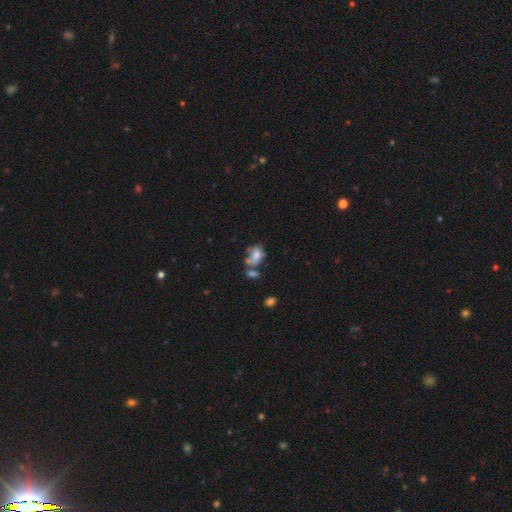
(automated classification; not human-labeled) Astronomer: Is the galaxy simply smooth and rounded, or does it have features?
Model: smooth — 67%.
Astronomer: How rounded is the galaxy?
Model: in between — 78%.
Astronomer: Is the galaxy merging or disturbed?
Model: merger — 38% (runner-up: none, 29%).